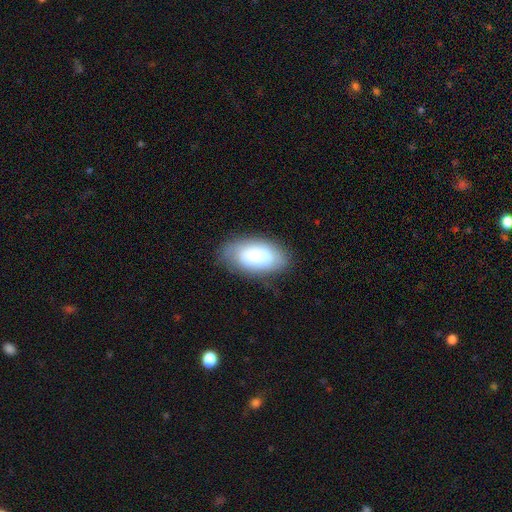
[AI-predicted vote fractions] smooth_or_featured: smooth (p=0.71) [alt: featured or disk p=0.21]
how_rounded: in between (p=0.94) [alt: round p=0.04]
merging: none (p=0.74) [alt: minor disturbance p=0.18]